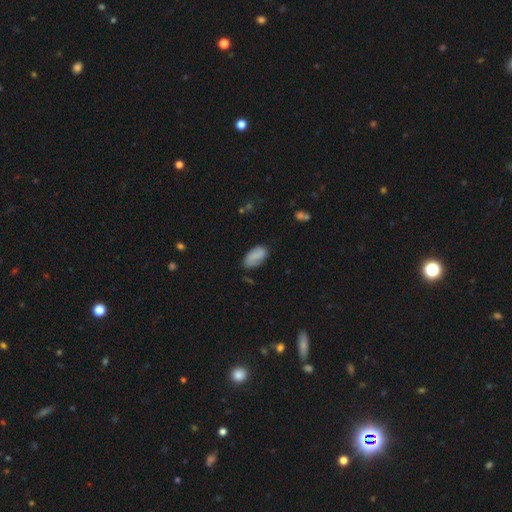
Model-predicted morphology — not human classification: Smooth or featured? Predicted: smooth (p=0.77). How rounded? Predicted: in between (p=0.94). Merging? Predicted: none (p=0.64).